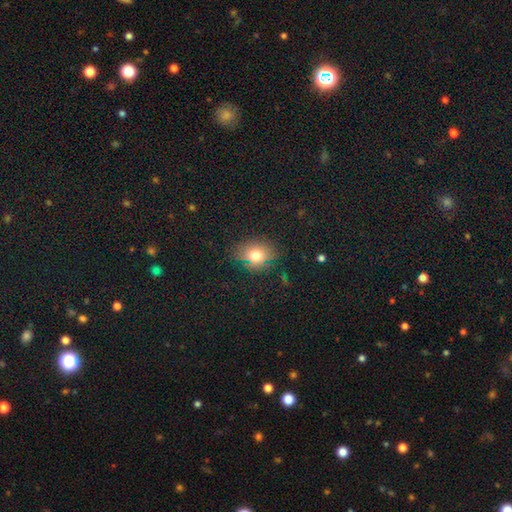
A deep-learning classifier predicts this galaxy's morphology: smooth 76%, star or artifact 15%, featured or disk 9%. Down the decision tree: how rounded — round (50%); merging — none (82%).